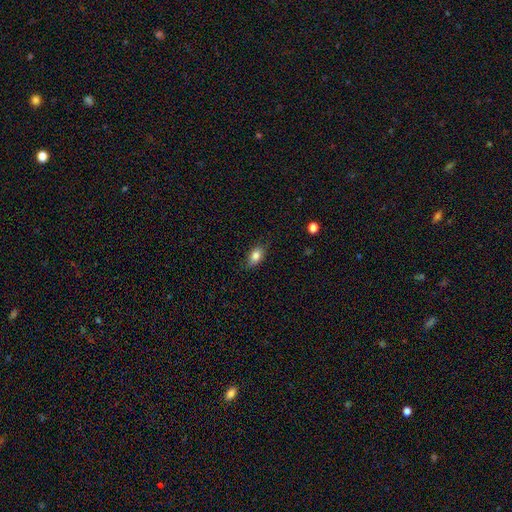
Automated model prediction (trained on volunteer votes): smooth_or_featured: smooth (p=0.82) [alt: featured or disk p=0.10]
how_rounded: in between (p=0.84) [alt: round p=0.11]
merging: none (p=0.78) [alt: minor disturbance p=0.17]